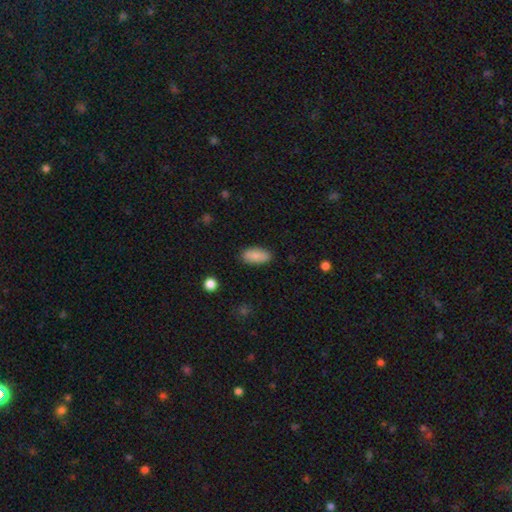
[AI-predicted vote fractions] This is clearly a smooth galaxy (81%). How rounded: clearly in between (91%). Merging: clearly none (84%).